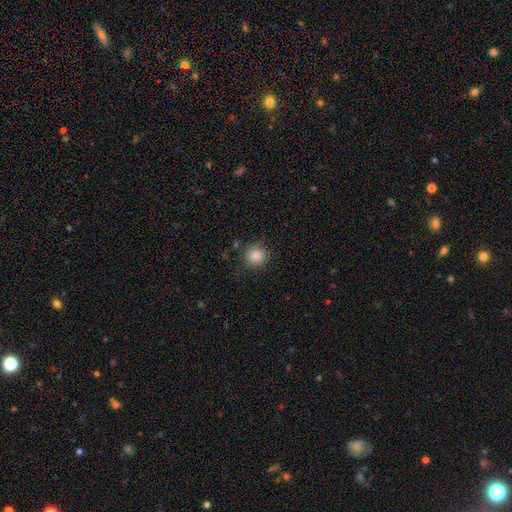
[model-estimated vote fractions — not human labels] Overall: smooth (86%). How rounded: round (93%). Merging: none (84%).